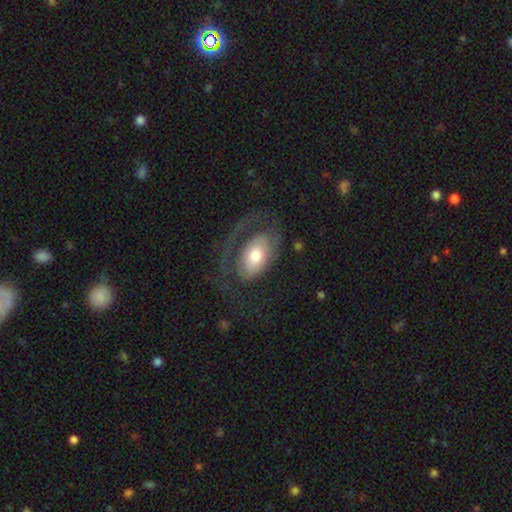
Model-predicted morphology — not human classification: This is possibly a featured or disk galaxy (52%). It is clearly not viewed edge-on (92%). Merging: marginally none (43%).